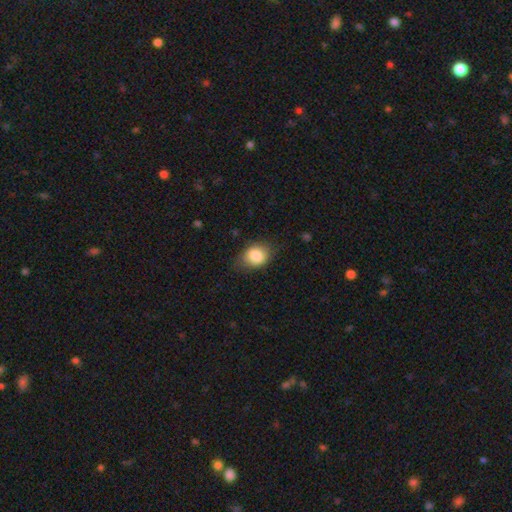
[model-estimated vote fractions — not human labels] The model was most divided on "how rounded": in between: 60%, round: 38%, cigar-shaped: 1%. More confident: smooth or featured — smooth (83%); merging — none (68%).